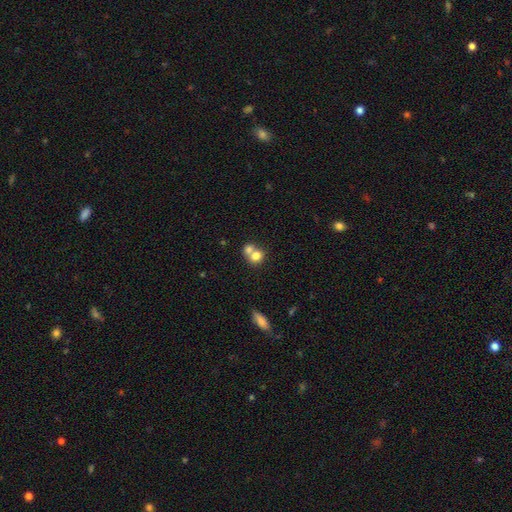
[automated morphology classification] Smooth or featured? smooth (75%)
How rounded? round (71%)
Merging? merger (62%)